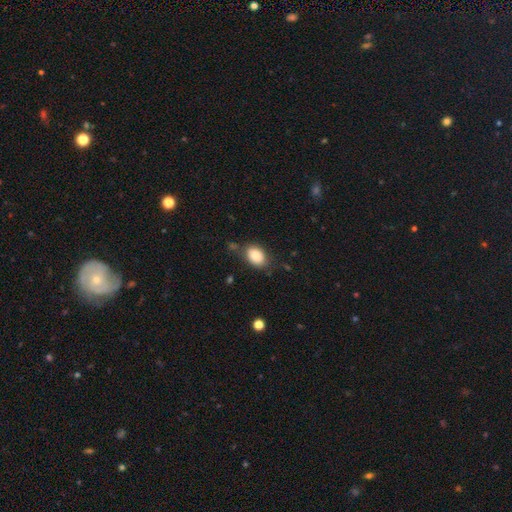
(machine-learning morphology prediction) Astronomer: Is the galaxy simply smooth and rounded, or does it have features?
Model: smooth — 87%.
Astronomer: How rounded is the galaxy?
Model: in between — 80%.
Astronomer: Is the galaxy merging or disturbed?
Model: none — 72%.